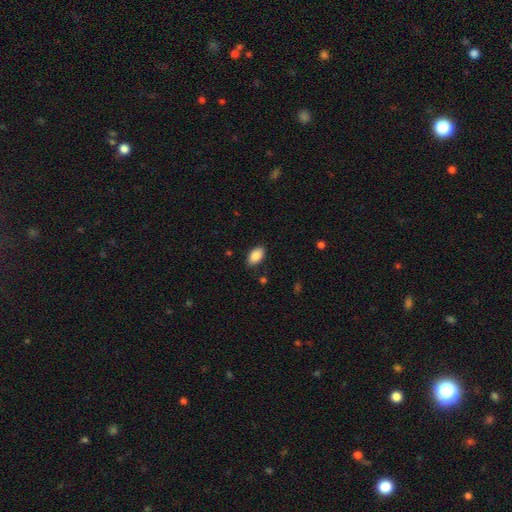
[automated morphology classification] smooth 88%, star or artifact 7%, featured or disk 5%. Down the decision tree: how rounded — in between (94%); merging — none (86%).